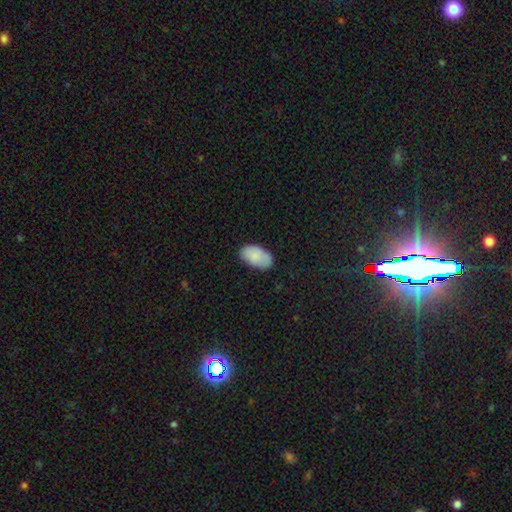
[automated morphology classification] A smooth galaxy with no disk features (86%) that is in between round and cigar-shaped (95%).

Vote fractions:
- Smooth or featured? smooth: 86% / featured or disk: 8% / star or artifact: 7%
- How rounded? in between: 95% / round: 4% / cigar-shaped: 1%
- Merging? none: 73% / minor disturbance: 21% / major disturbance: 4% / merger: 2%